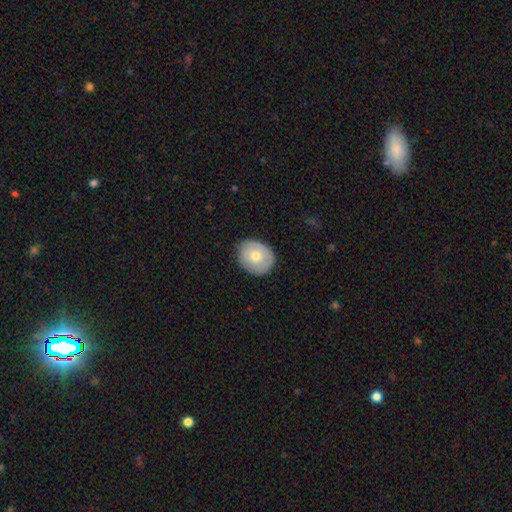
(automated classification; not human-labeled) Smooth or featured: smooth — 62% (featured or disk — 31%)
How rounded: round — 63% (in between — 36%)
Merging: none — 82% (minor disturbance — 14%)